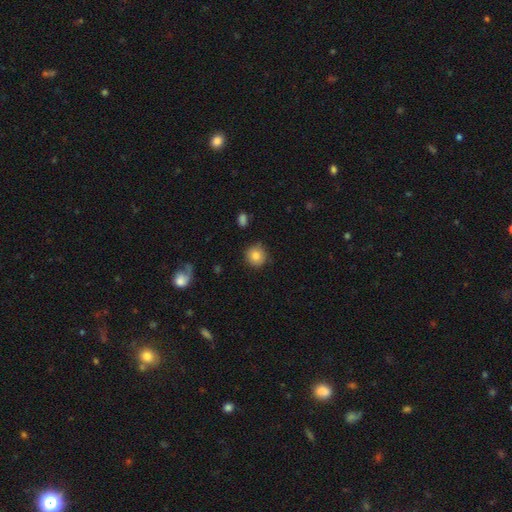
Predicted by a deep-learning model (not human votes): A smooth galaxy with no disk features (80%) that is round (92%). Merging: none (85%).